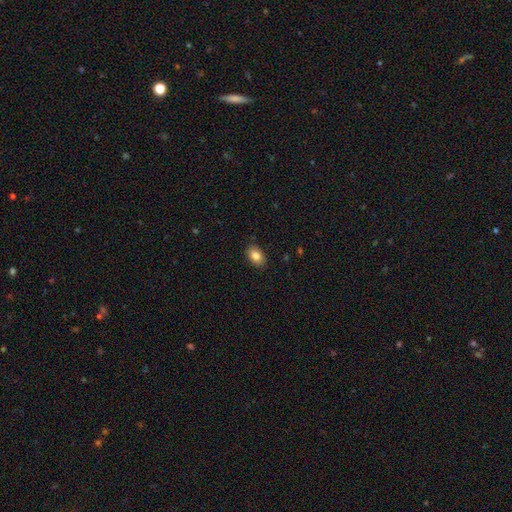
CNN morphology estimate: Smooth or featured: smooth — 85% (star or artifact — 8%)
How rounded: in between — 85% (round — 14%)
Merging: none — 88% (minor disturbance — 9%)